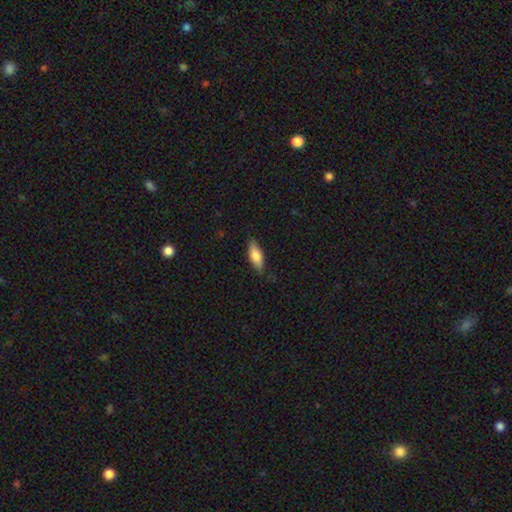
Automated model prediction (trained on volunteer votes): smooth 79%, featured or disk 15%, star or artifact 6%. Down the decision tree: how rounded — in between (68%); merging — none (81%).